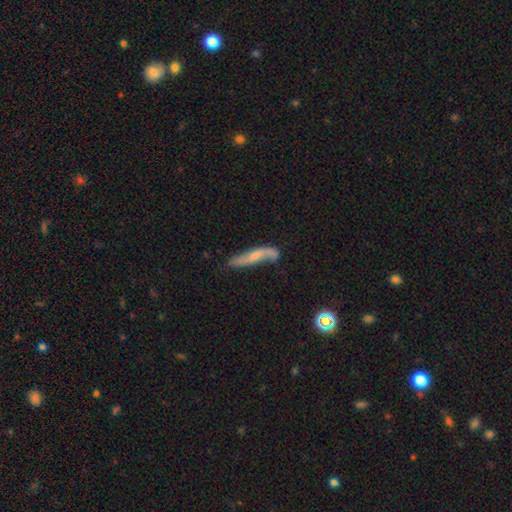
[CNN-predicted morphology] Overall: featured or disk (52%; smooth 41%). Edge-on disk: no (58%; yes 42%). Merging: none (52%; minor disturbance 29%).